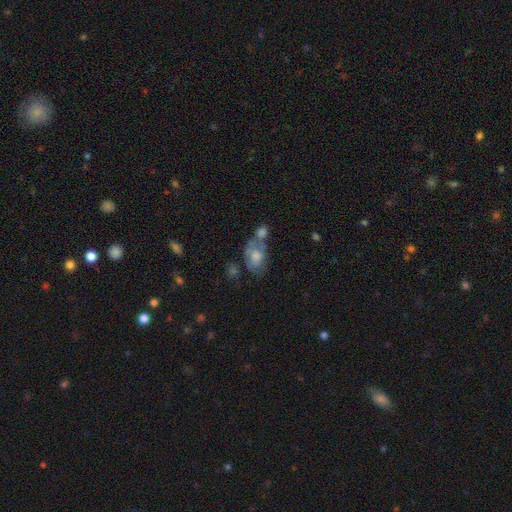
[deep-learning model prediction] Overall: featured or disk (46%; smooth 41%). Merging: merger (38%; none 33%).